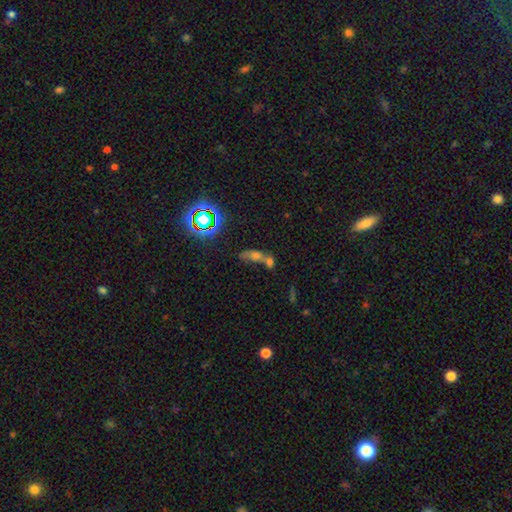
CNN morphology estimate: Q: Smooth or featured?
A: smooth (49%); runner-up: star or artifact (30%)
Q: Merging?
A: merger (61%); runner-up: none (24%)